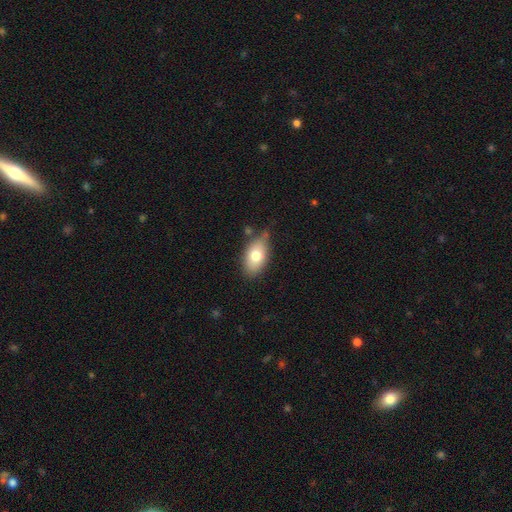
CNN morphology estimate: type=smooth (75%); roundness=in between (89%); merging=none (66%).